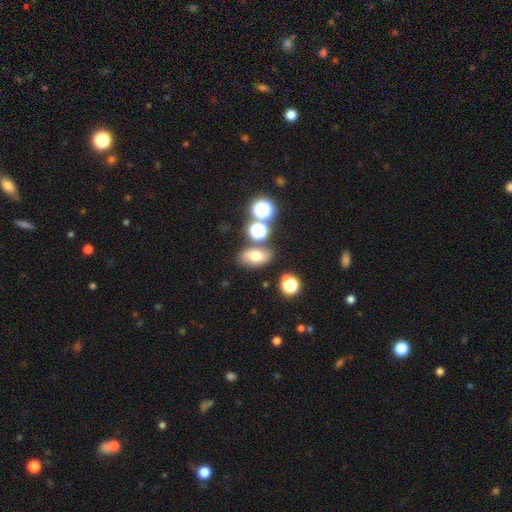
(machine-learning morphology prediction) Smooth or featured: smooth — 67% (featured or disk — 18%)
How rounded: in between — 81% (round — 16%)
Merging: none — 74% (minor disturbance — 12%)